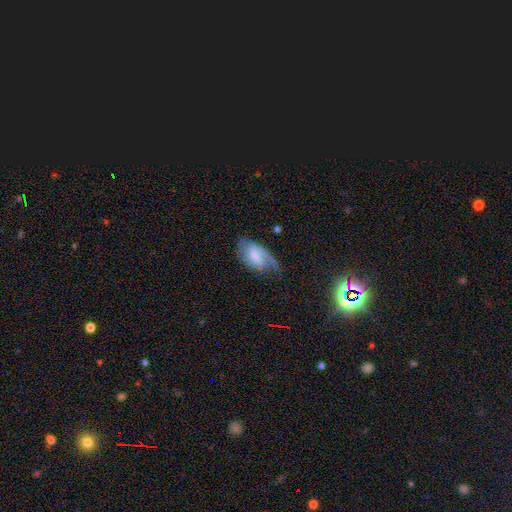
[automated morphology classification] Smooth or featured? Predicted: featured or disk (p=0.62). Edge-on disk? Predicted: no (p=0.95). Bar? Predicted: weak (p=0.53). Spiral arms? Predicted: yes (p=0.87). Spiral winding? Predicted: medium (p=0.44). Spiral arm count? Predicted: 2 (p=0.46). Bulge size? Predicted: moderate (p=0.35). Merging? Predicted: none (p=0.48).